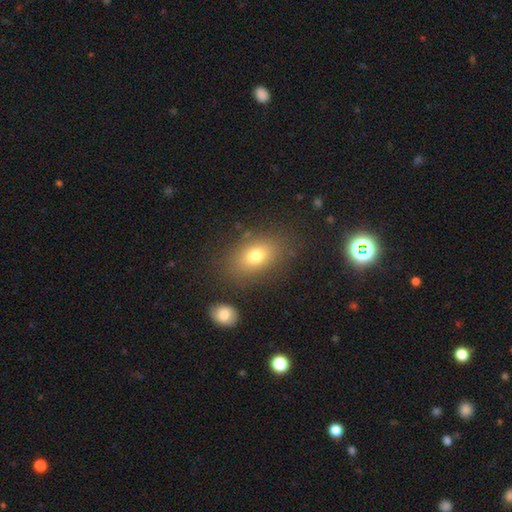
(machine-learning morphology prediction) Smooth or featured? Predicted: smooth (p=0.74). How rounded? Predicted: in between (p=0.81). Merging? Predicted: none (p=0.79).